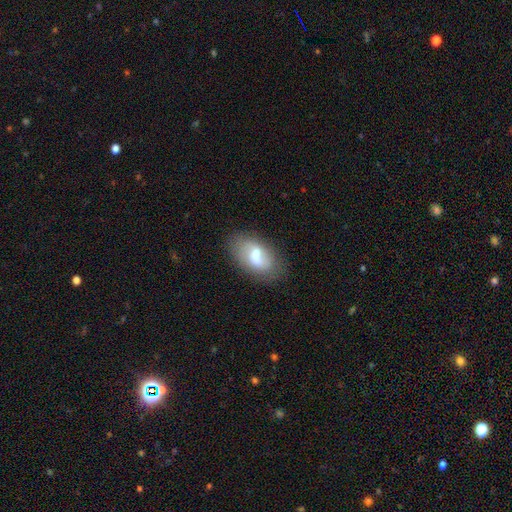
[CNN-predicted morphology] smooth-or-featured: smooth: 56% | featured or disk: 36% | star or artifact: 8%
  how-rounded: in between: 91% | round: 7% | cigar-shaped: 2%
  merging: none: 68% | minor disturbance: 20% | major disturbance: 9% | merger: 3%